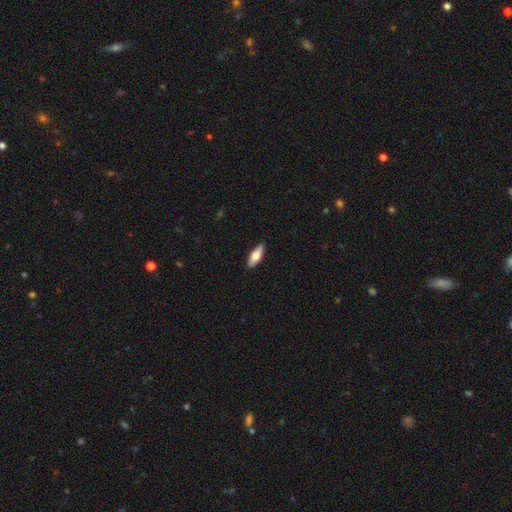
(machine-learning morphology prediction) This is likely a smooth galaxy (60%). How rounded: possibly in between (55%). Merging: clearly none (90%).